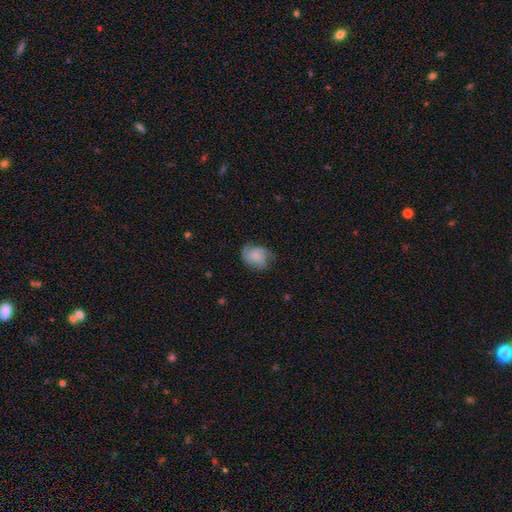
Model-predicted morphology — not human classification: smooth_or_featured: smooth (p=0.55) [alt: featured or disk p=0.36]
how_rounded: in between (p=0.53) [alt: round p=0.45]
merging: none (p=0.61) [alt: minor disturbance p=0.26]